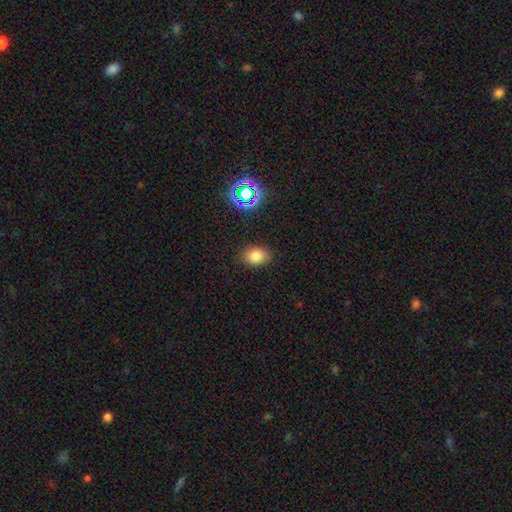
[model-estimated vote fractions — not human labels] smooth 79%, star or artifact 14%, featured or disk 8%. Down the decision tree: how rounded — in between (77%); merging — none (86%).